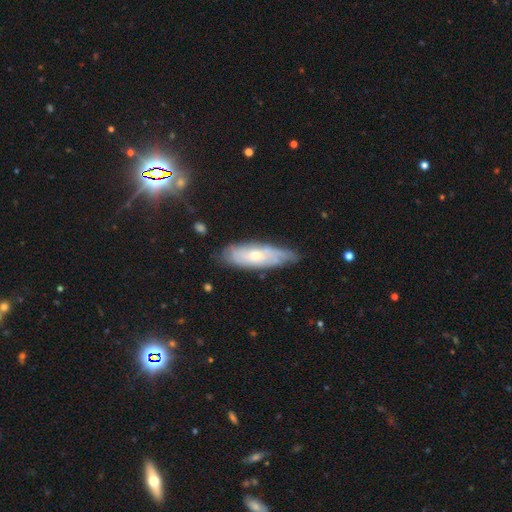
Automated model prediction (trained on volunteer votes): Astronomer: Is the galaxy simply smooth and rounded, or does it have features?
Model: featured or disk — 57% (runner-up: smooth, 37%).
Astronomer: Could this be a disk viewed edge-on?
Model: no — 73%.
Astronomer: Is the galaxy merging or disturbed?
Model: none — 70%.